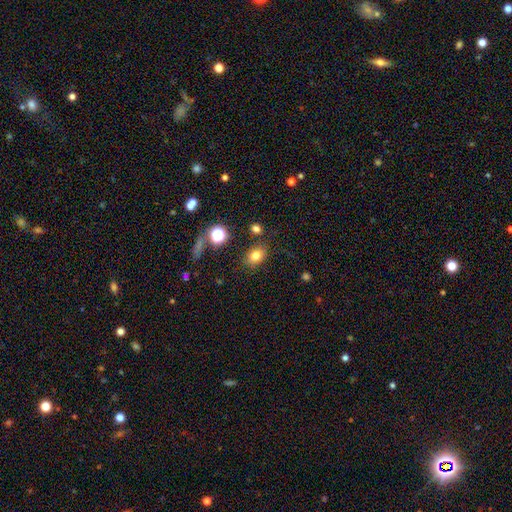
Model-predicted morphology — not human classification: Smooth or featured? Predicted: smooth (p=0.79). How rounded? Predicted: in between (p=0.69). Merging? Predicted: none (p=0.81).